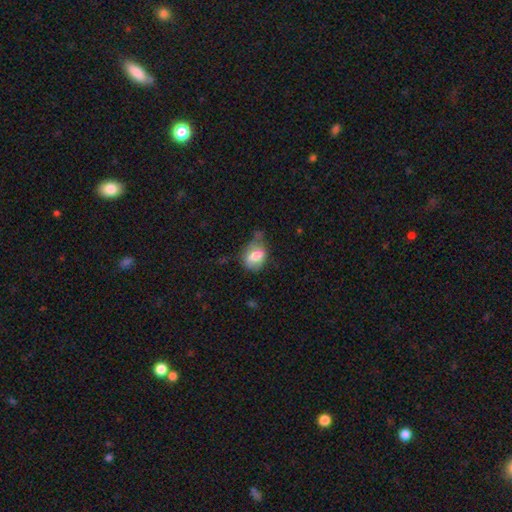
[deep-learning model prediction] smooth-or-featured: smooth: 74% | featured or disk: 18% | star or artifact: 8%
  how-rounded: in between: 70% | round: 29% | cigar-shaped: 2%
  merging: none: 38% | minor disturbance: 36% | major disturbance: 19% | merger: 6%